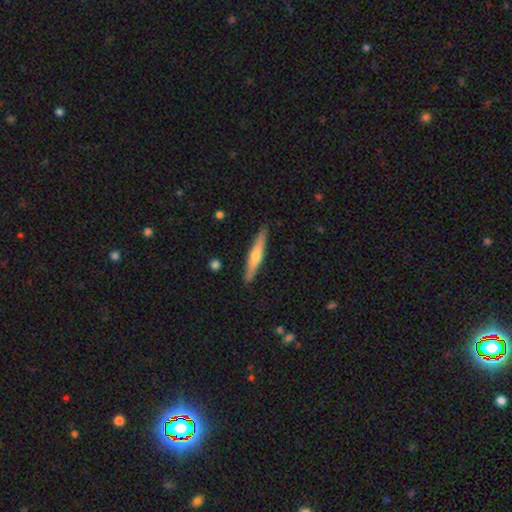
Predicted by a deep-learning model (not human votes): Overall: featured or disk (49%; smooth 45%). Merging: none (89%).